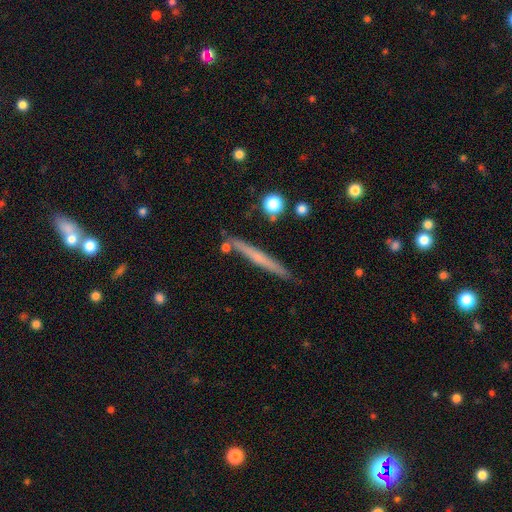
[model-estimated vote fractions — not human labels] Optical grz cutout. It shows a featured or disk galaxy (47%, tied with smooth). Merging: none (86%).